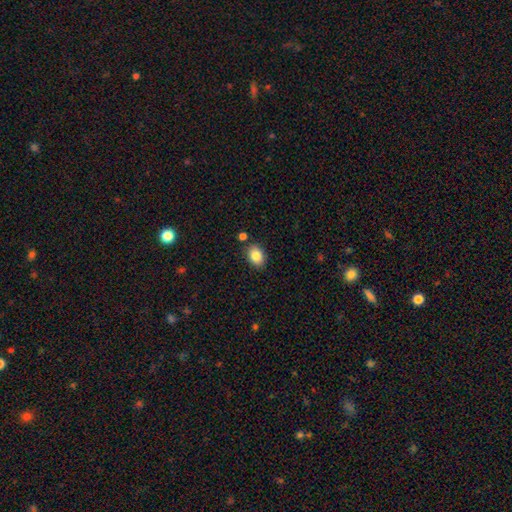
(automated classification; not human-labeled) smooth 85%, star or artifact 9%, featured or disk 7%. Down the decision tree: how rounded — in between (70%); merging — none (84%).